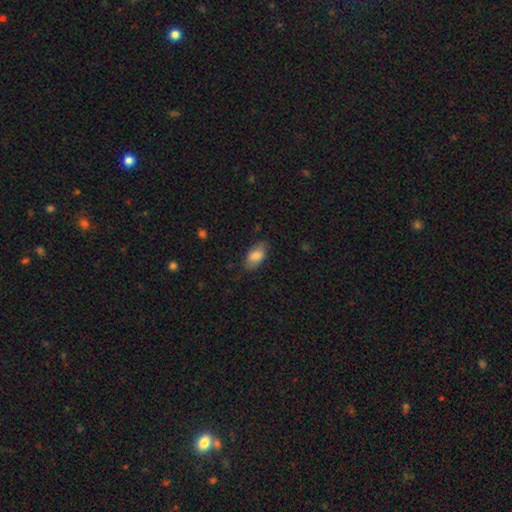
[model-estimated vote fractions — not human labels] Morphology: type=smooth (77%); roundness=in between (93%); merging=none (75%).